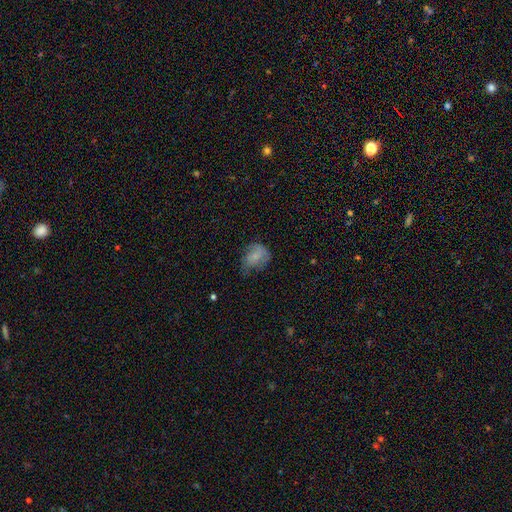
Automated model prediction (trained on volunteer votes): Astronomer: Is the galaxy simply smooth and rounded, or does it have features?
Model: smooth — 65%.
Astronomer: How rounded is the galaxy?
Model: in between — 62% (runner-up: round, 37%).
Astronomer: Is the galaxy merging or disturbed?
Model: none — 37% (runner-up: minor disturbance, 36%).